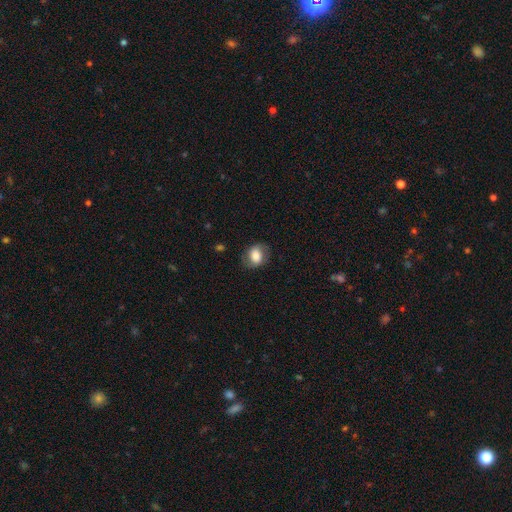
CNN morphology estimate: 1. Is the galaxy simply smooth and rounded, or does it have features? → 64% smooth, 28% featured or disk, 8% star or artifact.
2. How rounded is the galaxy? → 58% in between, 41% round, 1% cigar-shaped.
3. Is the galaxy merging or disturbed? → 75% none, 17% minor disturbance, 7% major disturbance, 1% merger.